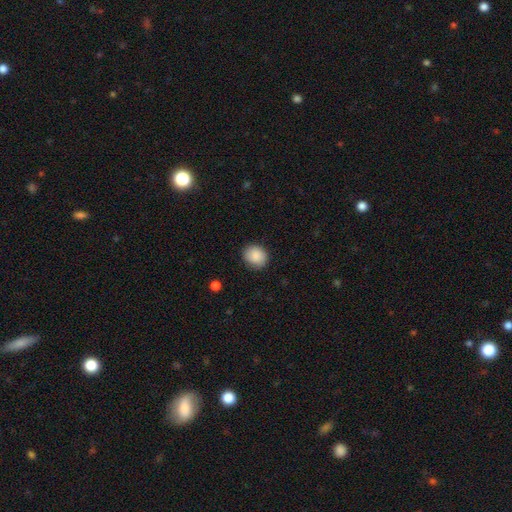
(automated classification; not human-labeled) Smooth or featured? Predicted: smooth (p=0.88). How rounded? Predicted: round (p=0.69). Merging? Predicted: none (p=0.86).